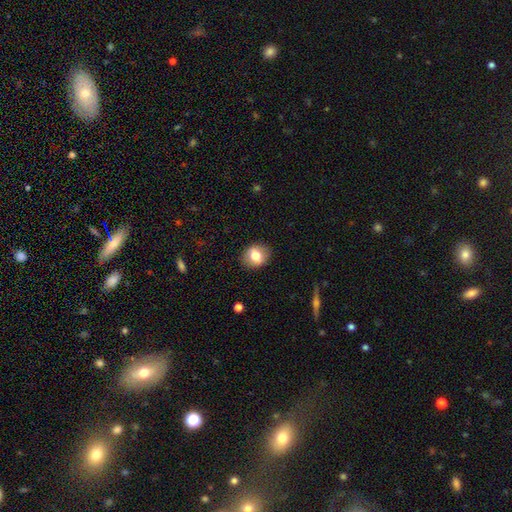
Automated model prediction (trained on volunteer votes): Smooth or featured? smooth (73%)
How rounded? round (64%)
Merging? none (87%)